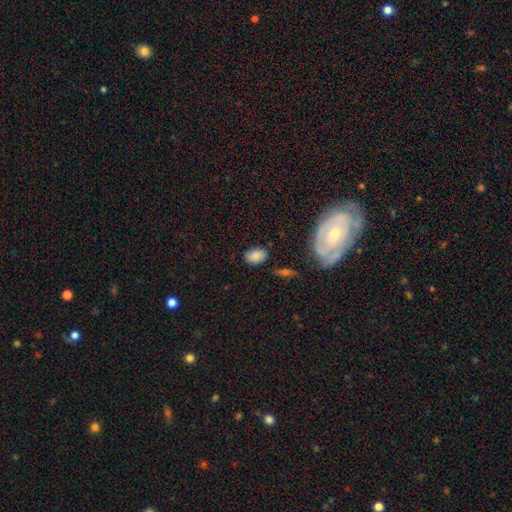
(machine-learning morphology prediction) This appears to be a smooth galaxy with no disk features (84%) that is in between round and cigar-shaped (86%). Merging: none (78%).